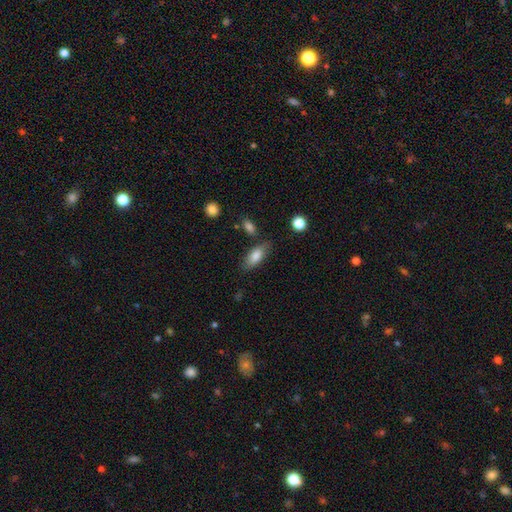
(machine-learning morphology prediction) Smooth or featured? Predicted: smooth (p=0.80). How rounded? Predicted: in between (p=0.81). Merging? Predicted: none (p=0.73).